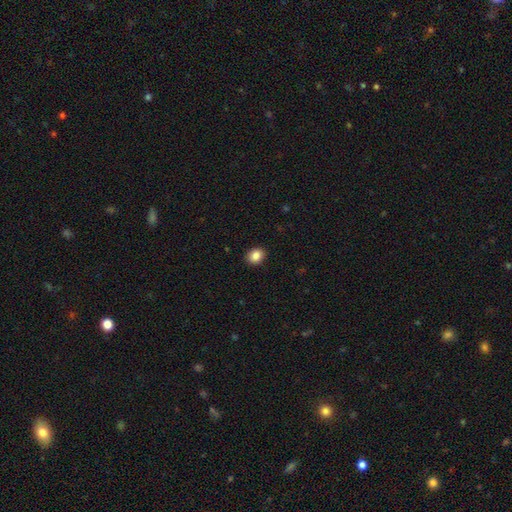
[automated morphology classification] Smooth or featured: smooth — 87% (star or artifact — 9%)
How rounded: round — 50% (in between — 49%)
Merging: none — 90% (minor disturbance — 7%)